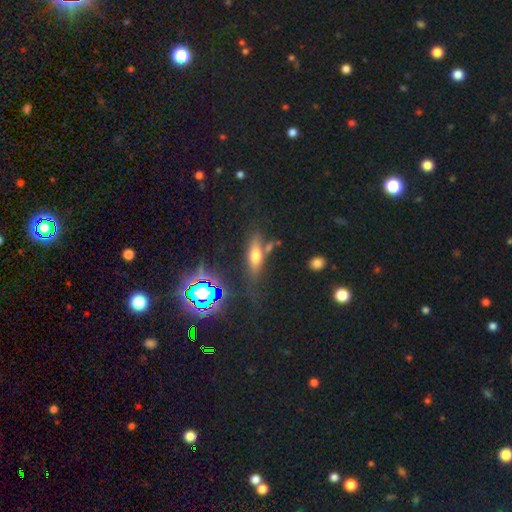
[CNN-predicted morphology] smooth 53%, featured or disk 28%, star or artifact 19%. Down the decision tree: how rounded — in between (48%); merging — none (64%).